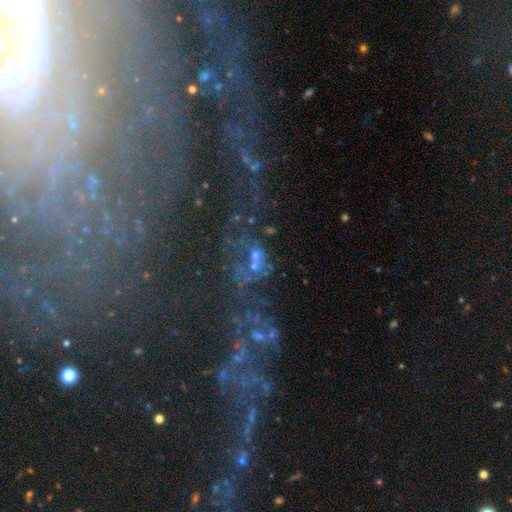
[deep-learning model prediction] smooth-or-featured: featured or disk: 45% | star or artifact: 32% | smooth: 23%
  merging: none: 30% | merger: 29% | major disturbance: 28% | minor disturbance: 13%